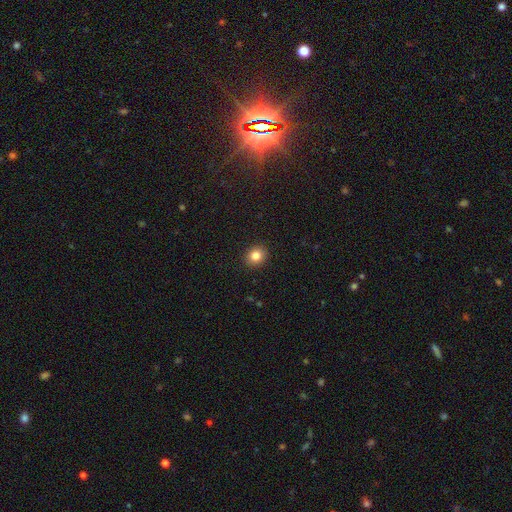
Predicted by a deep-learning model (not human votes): The model was most divided on "how rounded": round: 75%, in between: 24%, cigar-shaped: 1%. More confident: merging — none (92%); smooth or featured — smooth (83%).